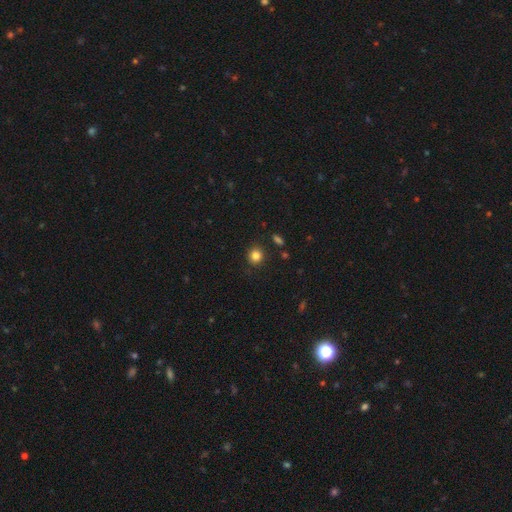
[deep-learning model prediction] smooth 83%, star or artifact 12%, featured or disk 5%. Down the decision tree: how rounded — round (85%); merging — none (88%).